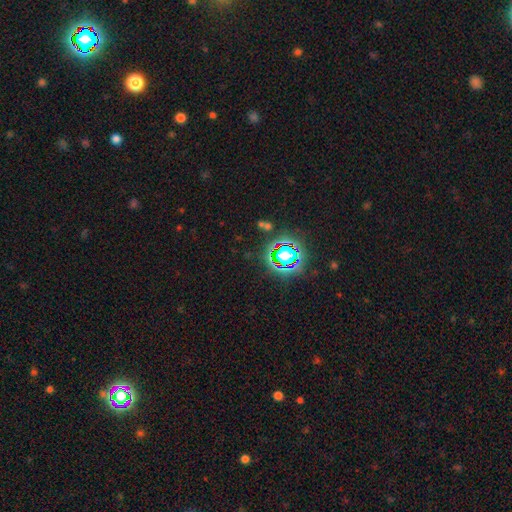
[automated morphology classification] This appears to be a star or artifact, not a galaxy (77%).